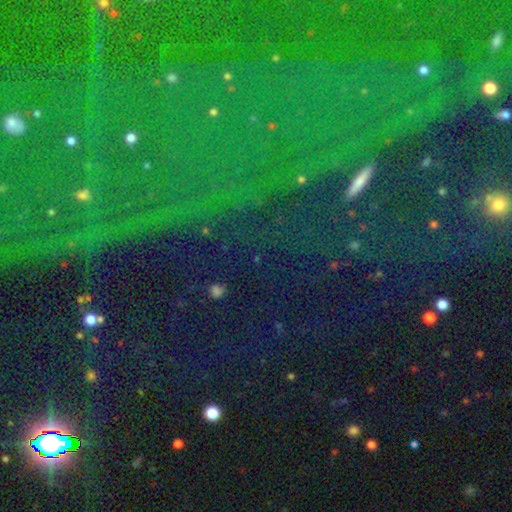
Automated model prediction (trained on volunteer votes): Smooth or featured?
  - star or artifact: 79% *
  - smooth: 11%
  - featured or disk: 10%